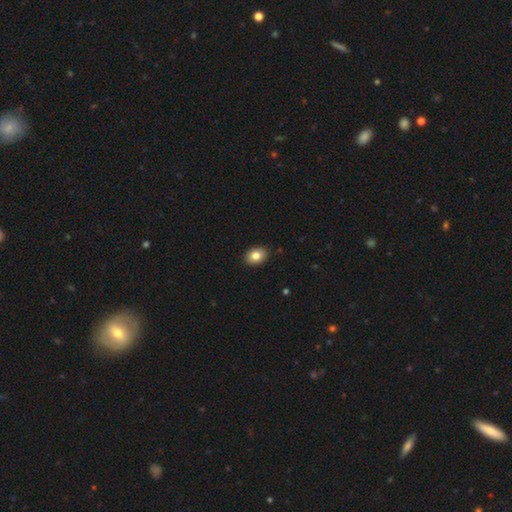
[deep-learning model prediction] smooth_or_featured: smooth (p=0.84) [alt: featured or disk p=0.08]
how_rounded: in between (p=0.76) [alt: round p=0.23]
merging: none (p=0.90) [alt: minor disturbance p=0.07]